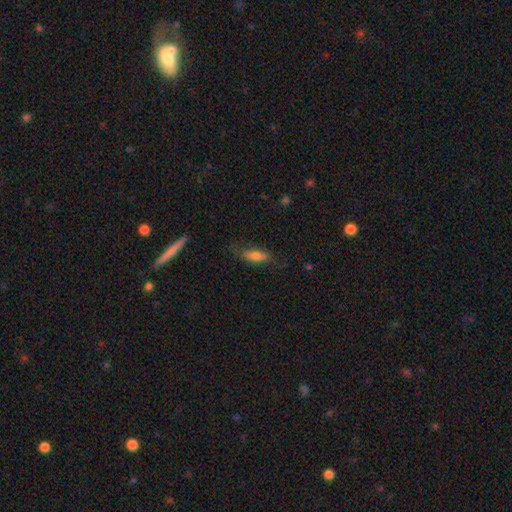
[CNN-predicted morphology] Smooth or featured?
  - smooth: 70% *
  - featured or disk: 23%
  - star or artifact: 8%
How rounded?
  - in between: 67% *
  - cigar-shaped: 30%
  - round: 3%
Merging?
  - none: 66% *
  - minor disturbance: 23%
  - major disturbance: 10%
  - merger: 2%